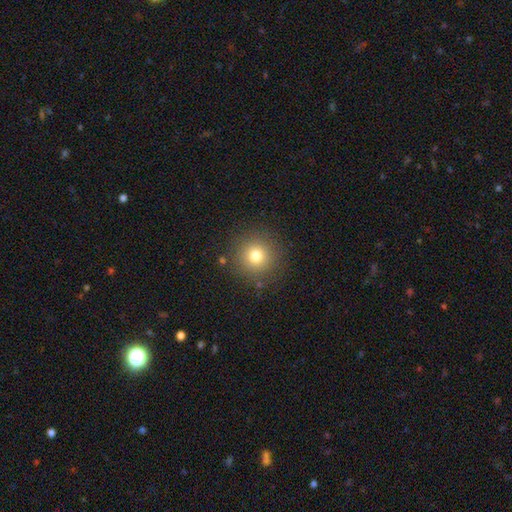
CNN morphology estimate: A smooth galaxy with no disk features (76%) that is round (95%).

Vote fractions:
- Smooth or featured? smooth: 76% / star or artifact: 14% / featured or disk: 10%
- How rounded? round: 95% / in between: 4% / cigar-shaped: 1%
- Merging? none: 88% / minor disturbance: 7% / major disturbance: 3% / merger: 2%